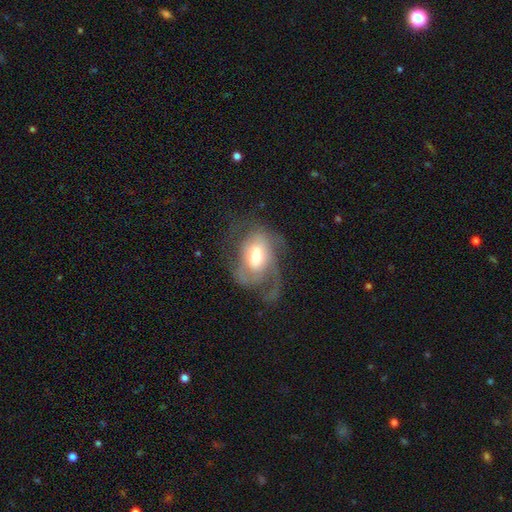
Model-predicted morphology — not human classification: Overall: featured or disk (63%; smooth 29%). Edge-on disk: no (96%). Bar: no (61%; weak 30%). Spiral arms: yes (76%). Bulge size: moderate (61%). Merging: major disturbance (38%, tied with none).